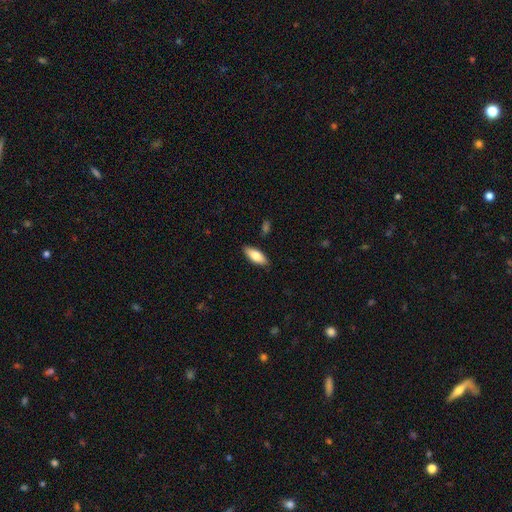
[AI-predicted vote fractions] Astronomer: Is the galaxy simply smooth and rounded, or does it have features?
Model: smooth — 78%.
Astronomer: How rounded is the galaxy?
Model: in between — 79%.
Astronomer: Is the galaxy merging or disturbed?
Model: none — 88%.